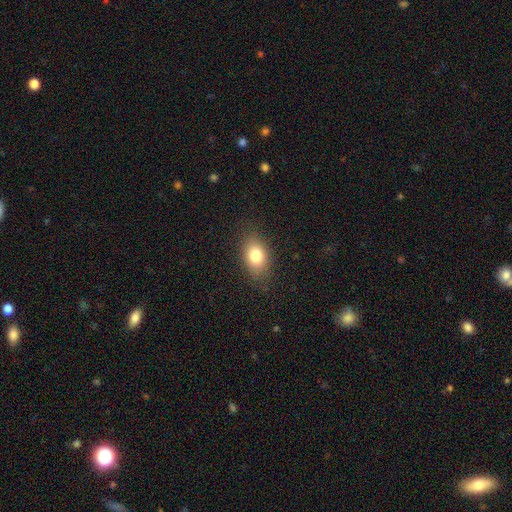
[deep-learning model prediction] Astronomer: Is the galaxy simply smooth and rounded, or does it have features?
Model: smooth — 79%.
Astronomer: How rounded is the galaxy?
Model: in between — 79%.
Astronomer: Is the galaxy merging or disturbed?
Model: none — 83%.